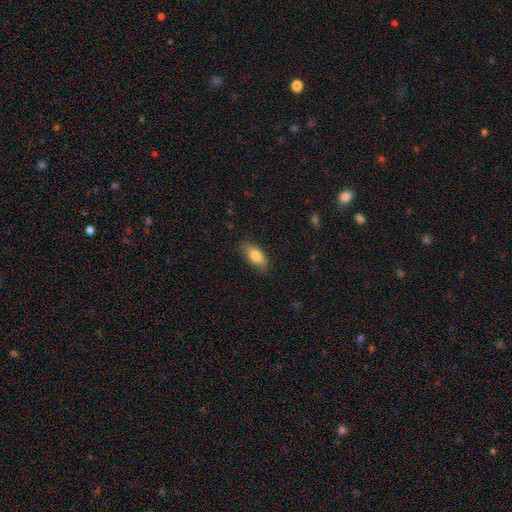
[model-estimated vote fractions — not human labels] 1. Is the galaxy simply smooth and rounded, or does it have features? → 80% smooth, 13% featured or disk, 7% star or artifact.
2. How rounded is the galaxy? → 85% in between, 12% cigar-shaped, 3% round.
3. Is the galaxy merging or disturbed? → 85% none, 12% minor disturbance, 2% major disturbance, 1% merger.